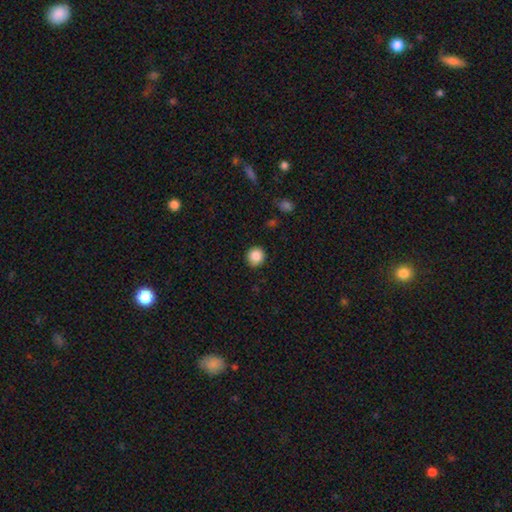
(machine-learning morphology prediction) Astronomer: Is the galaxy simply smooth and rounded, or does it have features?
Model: smooth — 88%.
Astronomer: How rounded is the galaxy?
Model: round — 91%.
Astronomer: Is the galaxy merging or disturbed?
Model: none — 90%.